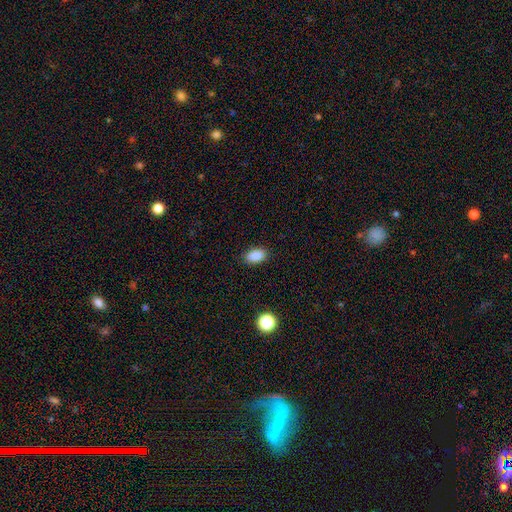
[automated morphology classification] Overall: smooth (88%). How rounded: in between (91%). Merging: none (89%).